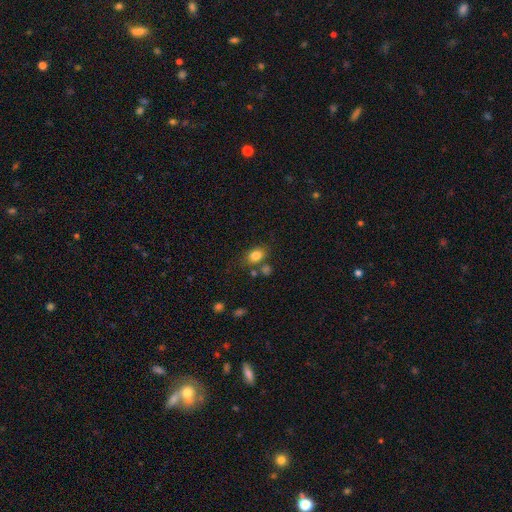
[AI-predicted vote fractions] The model was most divided on "how rounded": in between: 70%, round: 29%, cigar-shaped: 1%. More confident: smooth or featured — smooth (82%); merging — none (70%).